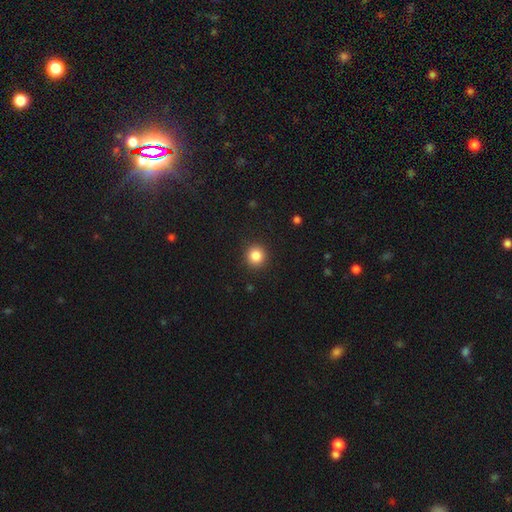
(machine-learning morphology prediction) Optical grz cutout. It shows a smooth galaxy with no disk features (85%) that is round (94%). Merging: none (92%).